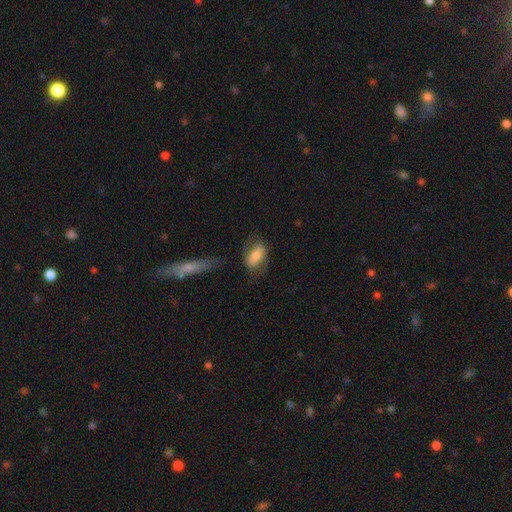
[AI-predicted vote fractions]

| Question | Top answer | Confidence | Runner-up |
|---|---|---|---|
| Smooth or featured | smooth | 54% | featured or disk (39%) |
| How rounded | in between | 87% | round (8%) |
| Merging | none | 53% | minor disturbance (22%) |